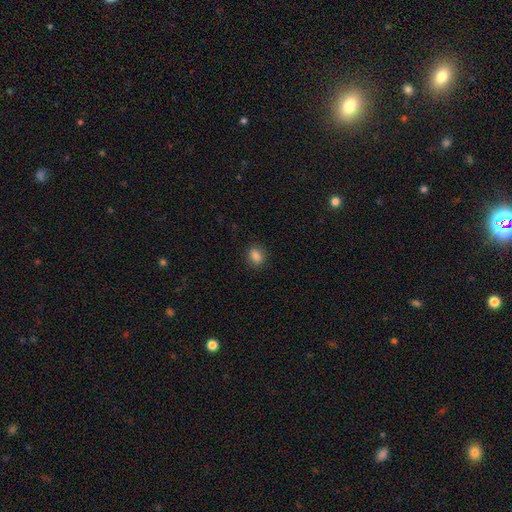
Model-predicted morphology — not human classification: smooth_or_featured: smooth (p=0.85) [alt: star or artifact p=0.11]
how_rounded: in between (p=0.51) [alt: round p=0.48]
merging: none (p=0.88) [alt: minor disturbance p=0.09]